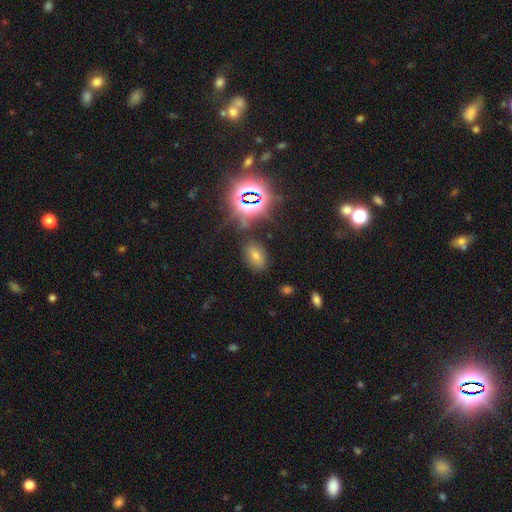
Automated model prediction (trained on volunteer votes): The model was most divided on "smooth or featured": smooth: 45%, star or artifact: 42%, featured or disk: 13%. More confident: merging — none (81%).